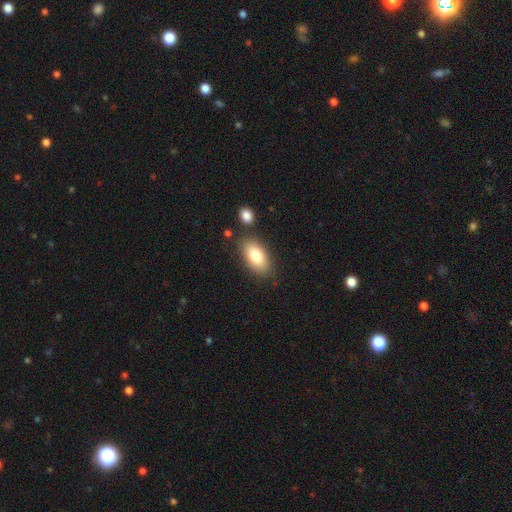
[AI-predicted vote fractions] smooth_or_featured: smooth (p=0.79) [alt: featured or disk p=0.13]
how_rounded: in between (p=0.92) [alt: round p=0.05]
merging: none (p=0.81) [alt: minor disturbance p=0.11]